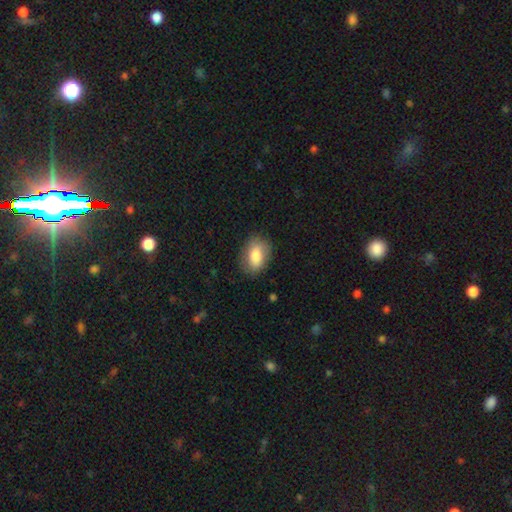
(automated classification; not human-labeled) A smooth galaxy with no disk features (80%) that is in between round and cigar-shaped (84%). Merging: none (79%).